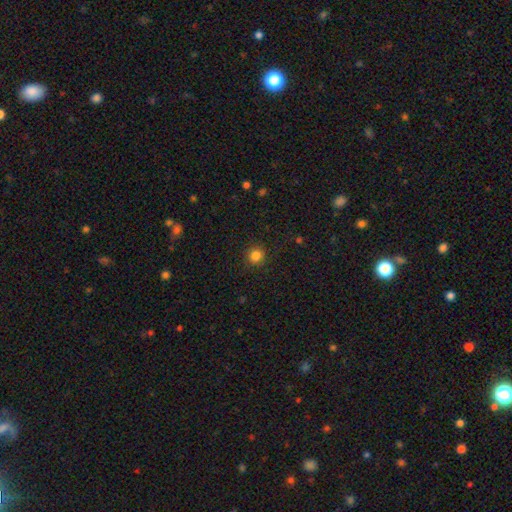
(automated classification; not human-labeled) smooth_or_featured: smooth (p=0.84) [alt: star or artifact p=0.12]
how_rounded: round (p=0.91) [alt: in between p=0.08]
merging: none (p=0.90) [alt: minor disturbance p=0.07]